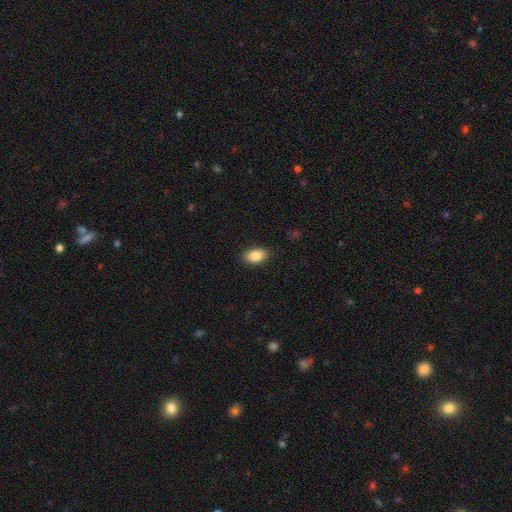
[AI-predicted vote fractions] Smooth or featured: smooth — 86% (star or artifact — 8%)
How rounded: in between — 90% (round — 8%)
Merging: none — 89% (minor disturbance — 8%)